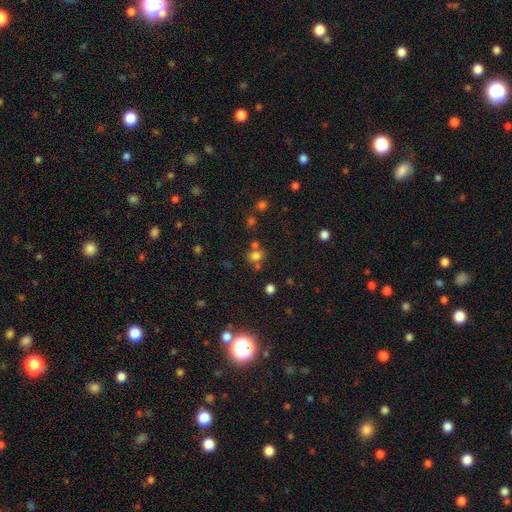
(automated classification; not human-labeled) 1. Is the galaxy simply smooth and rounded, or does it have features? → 63% smooth, 28% star or artifact, 9% featured or disk.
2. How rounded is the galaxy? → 77% round, 22% in between, 1% cigar-shaped.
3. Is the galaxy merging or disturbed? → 62% none, 23% merger, 10% minor disturbance, 4% major disturbance.